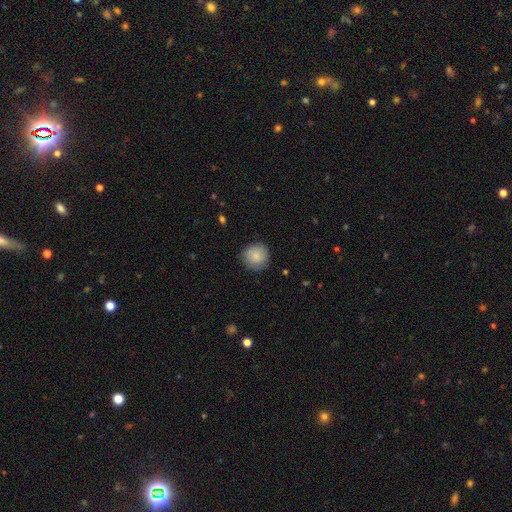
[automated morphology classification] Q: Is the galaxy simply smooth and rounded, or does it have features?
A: smooth — 84%.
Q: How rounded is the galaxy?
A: round — 93%.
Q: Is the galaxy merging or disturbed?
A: none — 84%.